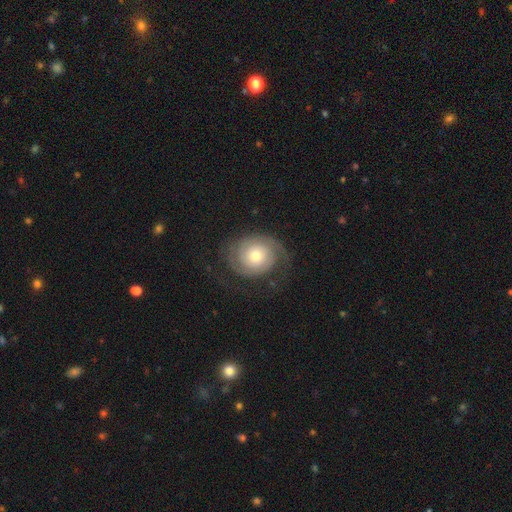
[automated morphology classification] A featured or disk galaxy (80%) with no bar (79%), 2 (79%) tight (60%) spiral arms (95%) and a moderate central bulge (58%).

Vote fractions:
- Smooth or featured? featured or disk: 80% / smooth: 15% / star or artifact: 6%
- Edge-on disk? no: 98% / yes: 2%
- Bar? no: 79% / weak: 17% / strong: 4%
- Spiral arms? yes: 95% / no: 5%
- Spiral winding? tight: 60% / medium: 28% / loose: 12%
- Spiral arm count? 2: 79% / can't tell: 9% / 1: 5% / 3: 4% / 4: 2% / more than 4: 2%
- Bulge size? moderate: 58% / small: 31% / large: 8% / dominant: 2% / none: 1%
- Merging? none: 73% / minor disturbance: 15% / major disturbance: 11% / merger: 1%